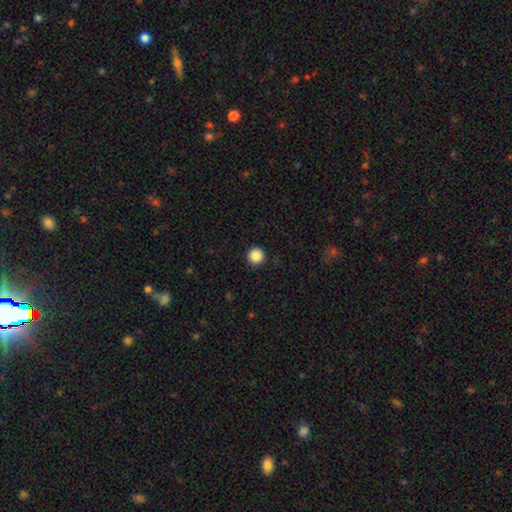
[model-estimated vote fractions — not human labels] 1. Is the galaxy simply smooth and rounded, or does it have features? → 87% smooth, 10% star or artifact, 3% featured or disk.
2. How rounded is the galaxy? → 97% round, 2% in between, 1% cigar-shaped.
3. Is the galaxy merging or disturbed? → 93% none, 4% minor disturbance, 2% major disturbance, 1% merger.